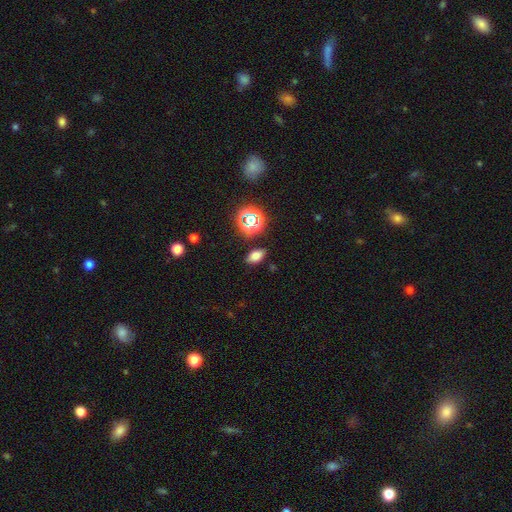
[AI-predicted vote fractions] smooth_or_featured: smooth (p=0.70) [alt: star or artifact p=0.20]
how_rounded: in between (p=0.85) [alt: round p=0.11]
merging: none (p=0.85) [alt: minor disturbance p=0.10]